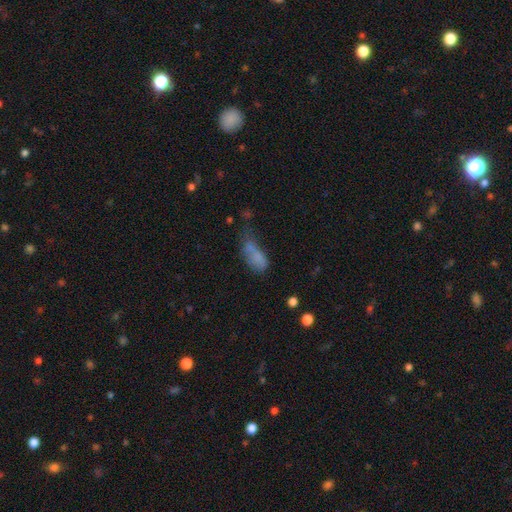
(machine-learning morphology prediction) Smooth or featured: smooth — 66% (featured or disk — 20%)
How rounded: in between — 79% (cigar-shaped — 16%)
Merging: major disturbance — 32% (minor disturbance — 24%)